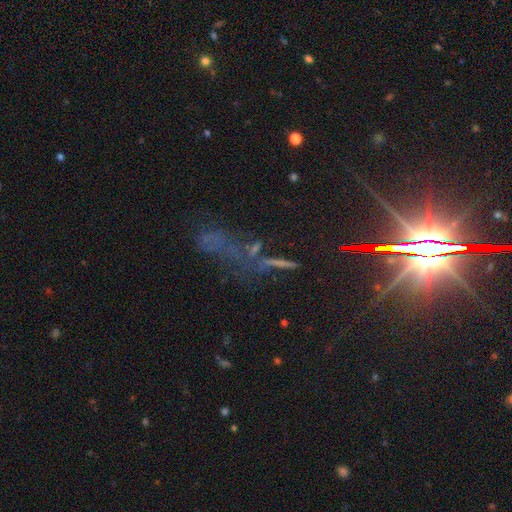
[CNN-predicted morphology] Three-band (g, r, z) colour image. It shows a star or artifact, not a galaxy (63%).